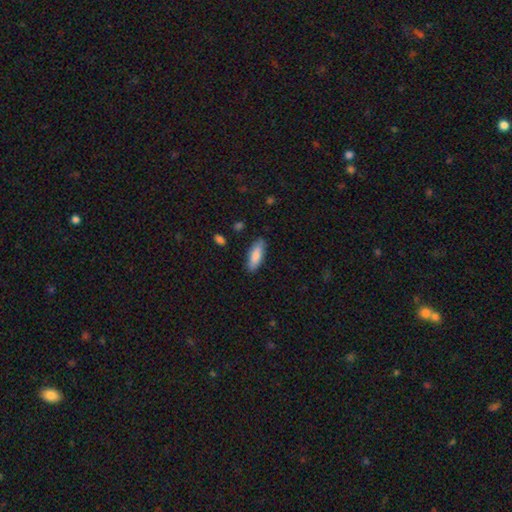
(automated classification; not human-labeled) This appears to be a smooth galaxy with no disk features (83%) that is in between round and cigar-shaped (64%). Merging: none (84%).